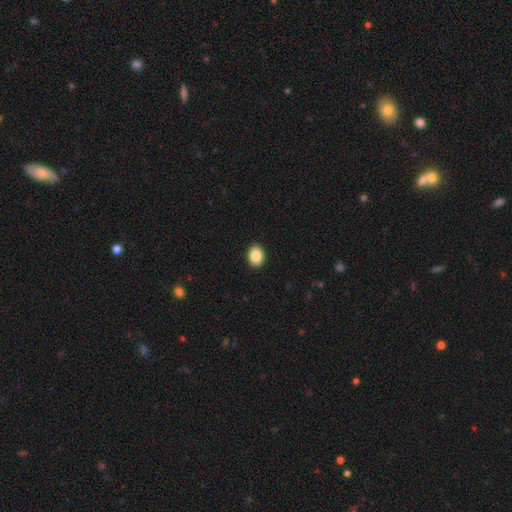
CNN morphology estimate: The model was most divided on "how rounded": in between: 58%, round: 41%, cigar-shaped: 1%. More confident: merging — none (92%); smooth or featured — smooth (87%).